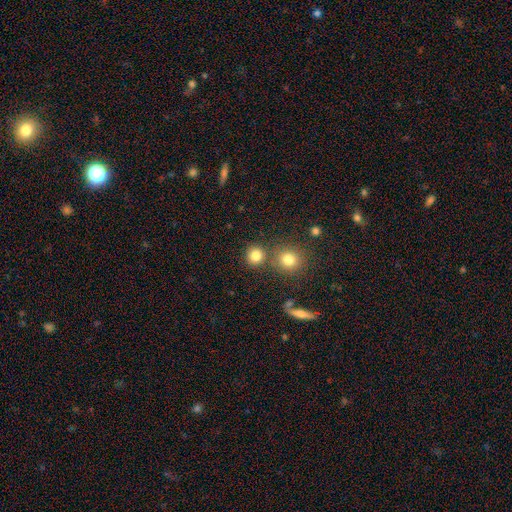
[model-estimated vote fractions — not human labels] Morphology: type=smooth (81%); roundness=round (90%); merging=none (77%).